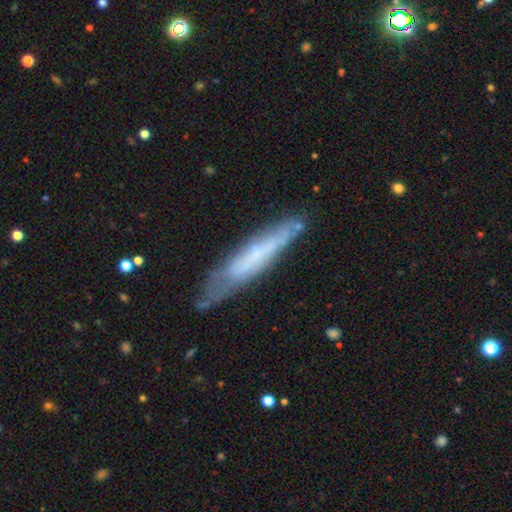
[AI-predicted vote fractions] Overall: featured or disk (52%; smooth 41%). Edge-on disk: yes (71%). Merging: none (69%).